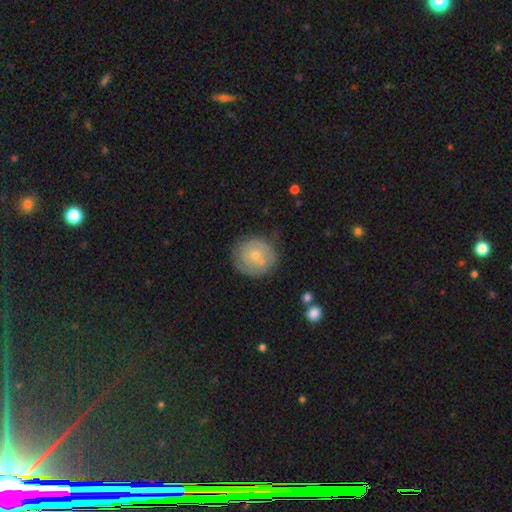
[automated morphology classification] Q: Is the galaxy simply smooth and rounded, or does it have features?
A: smooth — 49%.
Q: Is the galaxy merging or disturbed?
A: none — 70%.